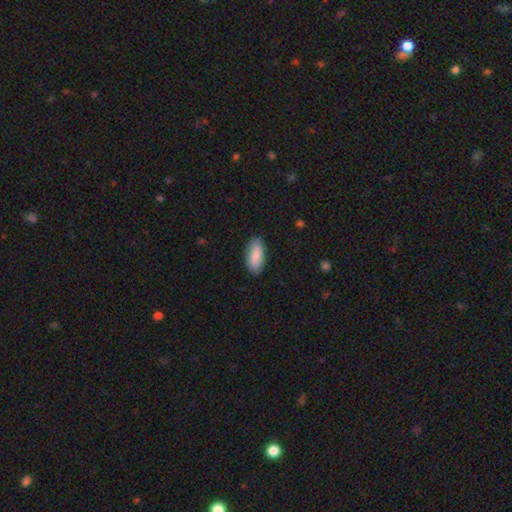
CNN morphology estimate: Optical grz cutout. It shows a smooth galaxy with no disk features (89%) that is in between round and cigar-shaped (88%). Merging: none (88%).